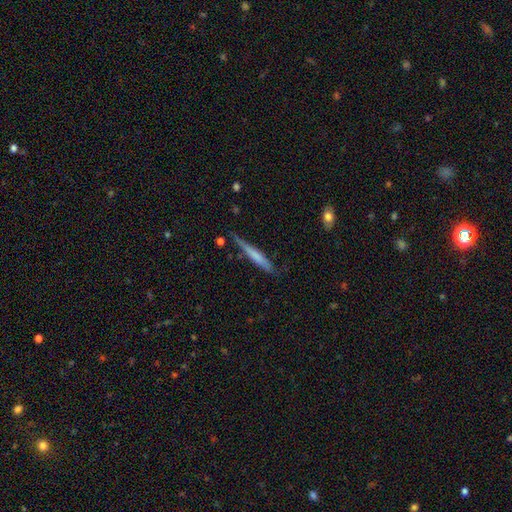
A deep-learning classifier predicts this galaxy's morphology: This appears to be a smooth galaxy with no disk features (58%) that is cigar-shaped (95%). Merging: none (70%).